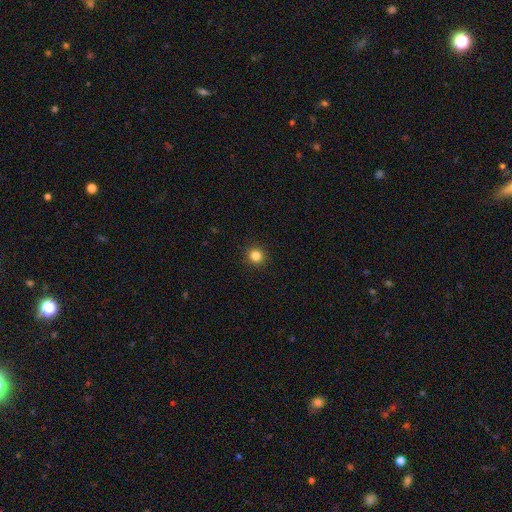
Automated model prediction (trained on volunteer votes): This is clearly a smooth galaxy (84%). How rounded: clearly round (94%). Merging: clearly none (92%).